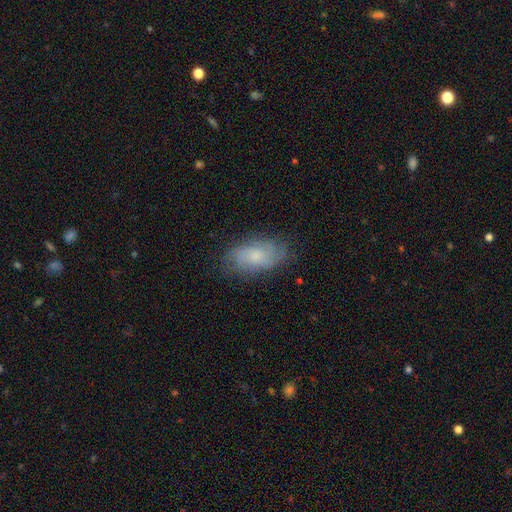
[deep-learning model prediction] Smooth or featured? featured or disk (47%)
Merging? none (74%)